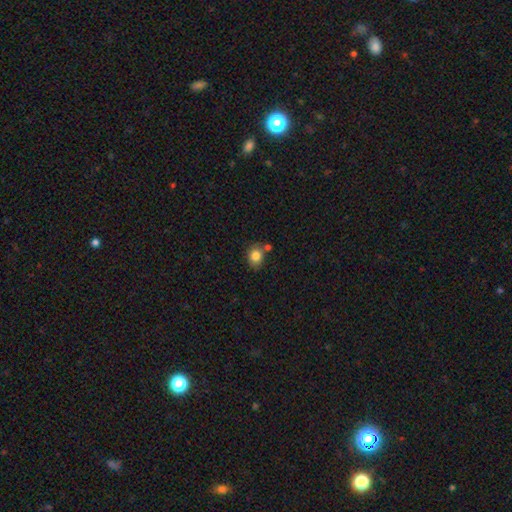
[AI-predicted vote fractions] Q: Smooth or featured?
A: smooth (83%); runner-up: star or artifact (10%)
Q: How rounded?
A: round (59%); runner-up: in between (40%)
Q: Merging?
A: none (67%); runner-up: minor disturbance (15%)